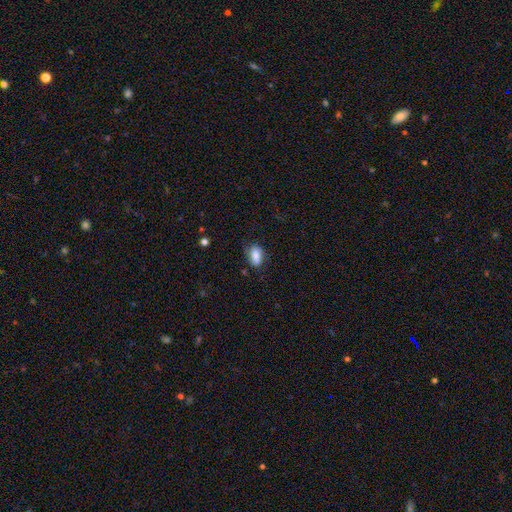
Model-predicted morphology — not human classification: A smooth galaxy with no disk features (79%) that is in between round and cigar-shaped (88%). Merging: none (65%).